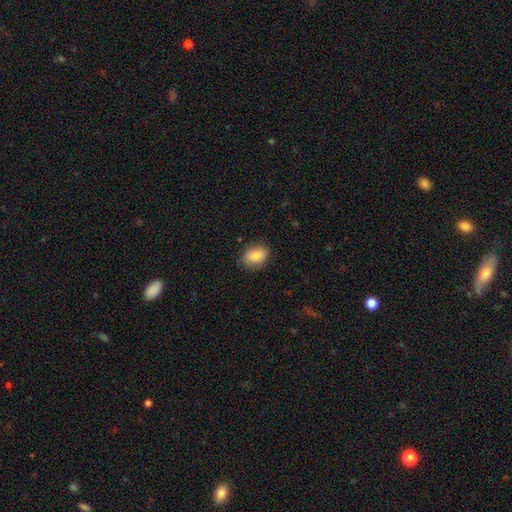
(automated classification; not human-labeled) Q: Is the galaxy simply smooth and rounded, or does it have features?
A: smooth — 86%.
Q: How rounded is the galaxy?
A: in between — 74%.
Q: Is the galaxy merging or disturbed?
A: none — 82%.